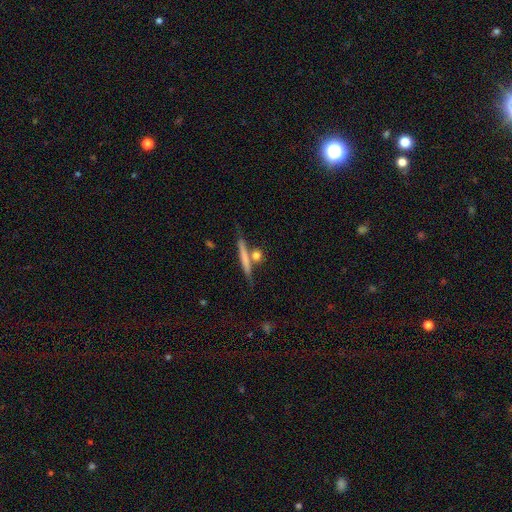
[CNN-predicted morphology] Overall: smooth (64%; featured or disk 28%). How rounded: cigar-shaped (60%; round 28%). Merging: none (66%).